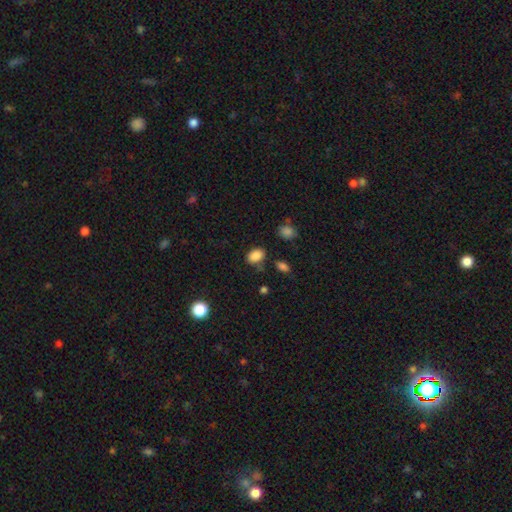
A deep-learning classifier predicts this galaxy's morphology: This appears to be a smooth galaxy with no disk features (86%) that is in between round and cigar-shaped (83%). Merging: none (72%).